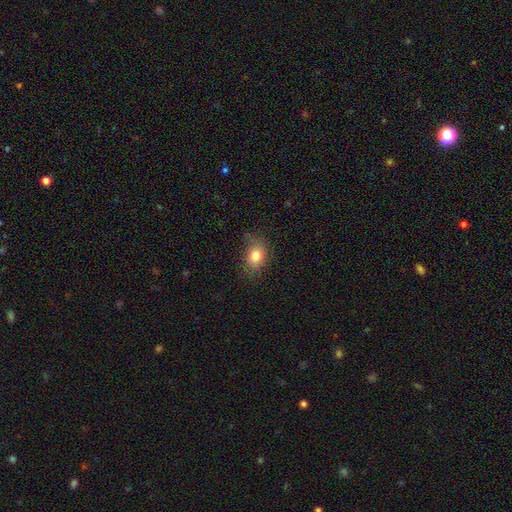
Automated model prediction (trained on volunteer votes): This appears to be a smooth galaxy with no disk features (81%) that is in between round and cigar-shaped (71%). Merging: none (75%).